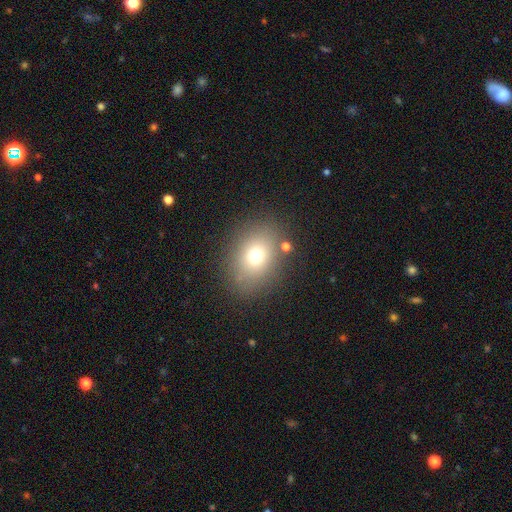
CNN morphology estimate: smooth 71%, star or artifact 15%, featured or disk 13%. Down the decision tree: how rounded — in between (55%); merging — none (81%).